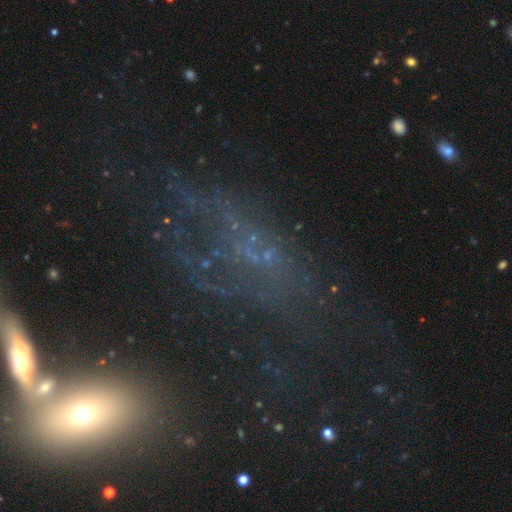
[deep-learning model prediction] featured or disk 46%, smooth 28%, star or artifact 27%. Down the decision tree: merging — none (32%, tied with major disturbance).